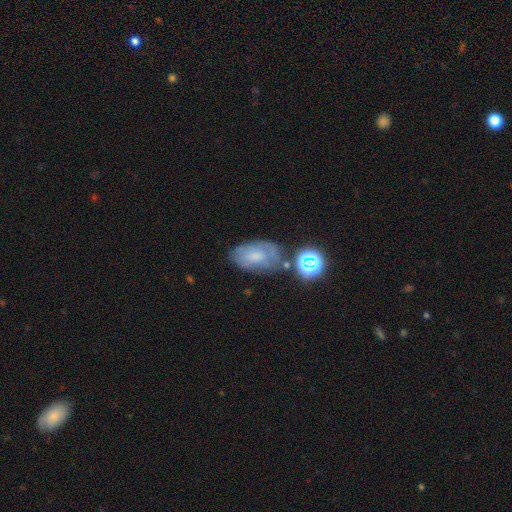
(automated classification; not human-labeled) smooth-or-featured: smooth: 44% | featured or disk: 41% | star or artifact: 14%
  merging: none: 56% | minor disturbance: 25% | major disturbance: 11% | merger: 8%